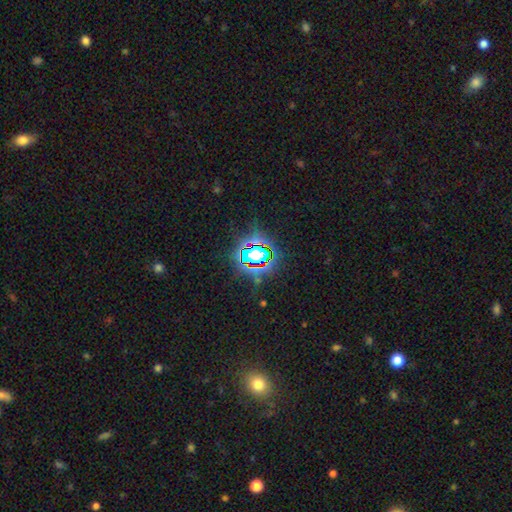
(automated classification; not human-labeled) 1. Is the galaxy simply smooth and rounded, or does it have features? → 73% star or artifact, 15% smooth, 12% featured or disk.